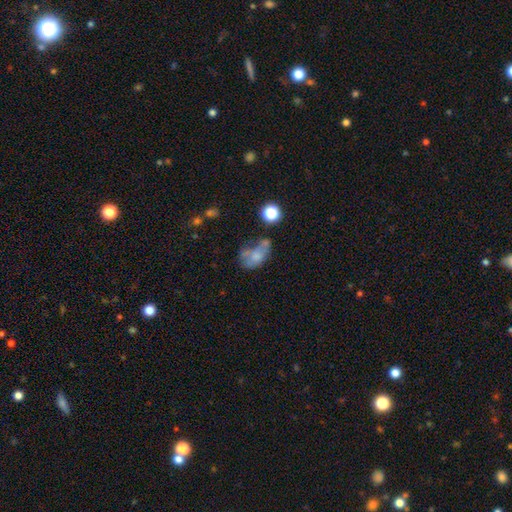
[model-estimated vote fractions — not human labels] Smooth or featured: smooth — 53% (featured or disk — 33%)
How rounded: in between — 82% (round — 15%)
Merging: major disturbance — 29% (merger — 25%)